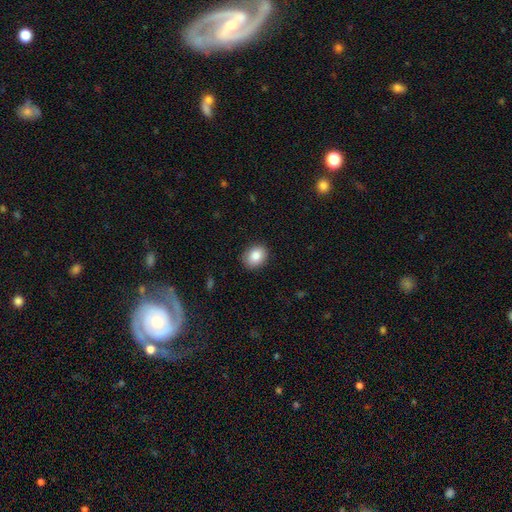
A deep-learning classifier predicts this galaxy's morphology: This appears to be a smooth galaxy with no disk features (86%) that is in between round and cigar-shaped (55%). Merging: none (88%).